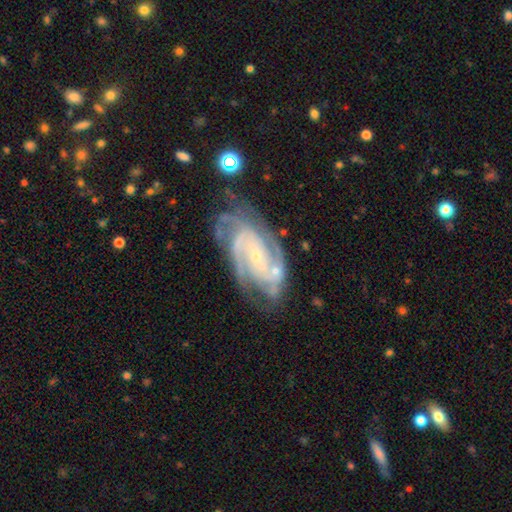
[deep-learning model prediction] Smooth or featured?
  - featured or disk: 89% *
  - star or artifact: 6%
  - smooth: 5%
Edge-on disk?
  - no: 96% *
  - yes: 4%
Bar?
  - no: 51% *
  - weak: 33%
  - strong: 16%
Spiral arms?
  - yes: 97% *
  - no: 3%
Spiral winding?
  - tight: 55% *
  - medium: 37%
  - loose: 7%
Spiral arm count?
  - 2: 38% *
  - 3: 24%
  - can't tell: 17%
  - 4: 11%
  - more than 4: 5%
  - 1: 5%
Bulge size?
  - small: 81% *
  - moderate: 14%
  - none: 3%
  - large: 1%
  - dominant: 1%
Merging?
  - none: 66% *
  - minor disturbance: 21%
  - major disturbance: 9%
  - merger: 4%